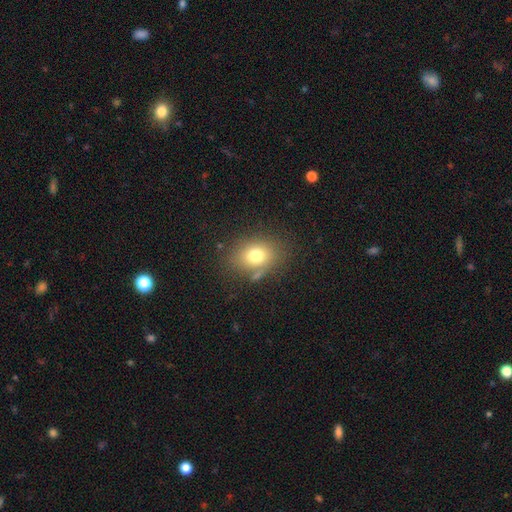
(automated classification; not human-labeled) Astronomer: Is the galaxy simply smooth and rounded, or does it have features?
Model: smooth — 75%.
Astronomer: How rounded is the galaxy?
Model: in between — 62%.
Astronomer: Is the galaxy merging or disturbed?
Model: none — 72%.